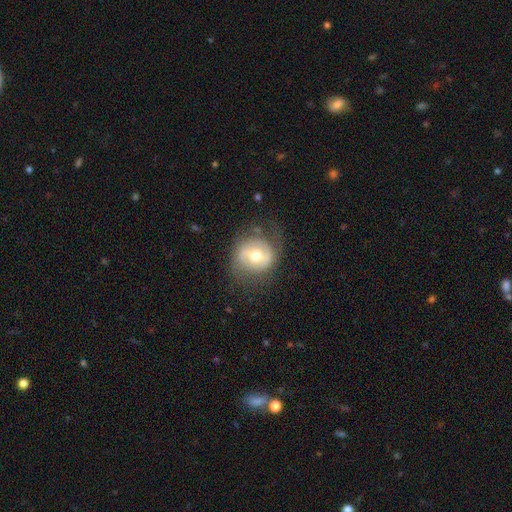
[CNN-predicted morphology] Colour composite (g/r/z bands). It shows a featured or disk galaxy (52%). Merging: none (65%).